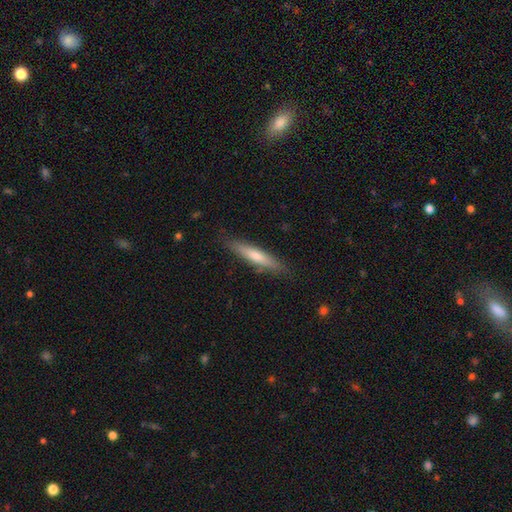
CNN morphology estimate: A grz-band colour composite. It shows a smooth galaxy with no disk features (60%) that is cigar-shaped (89%). Merging: none (86%).